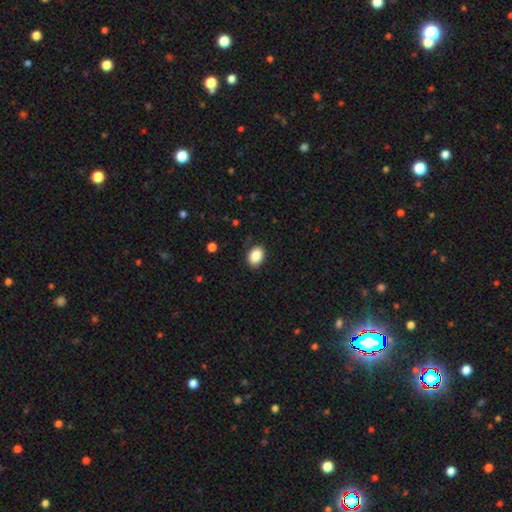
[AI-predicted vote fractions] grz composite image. It shows a smooth galaxy with no disk features (88%) that is in between round and cigar-shaped (75%). Merging: none (85%).